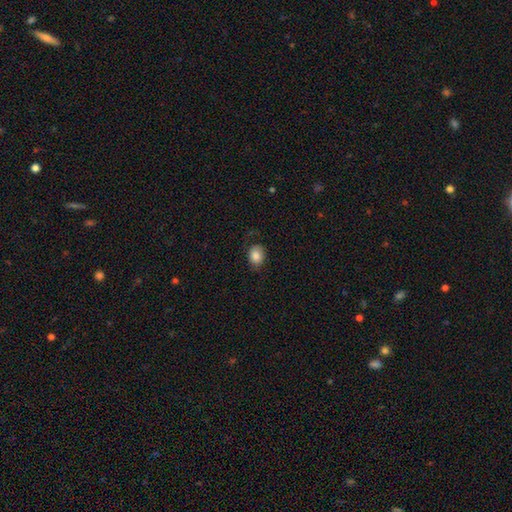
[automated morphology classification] A smooth galaxy with no disk features (83%) that is in between round and cigar-shaped (52%). Merging: none (71%).